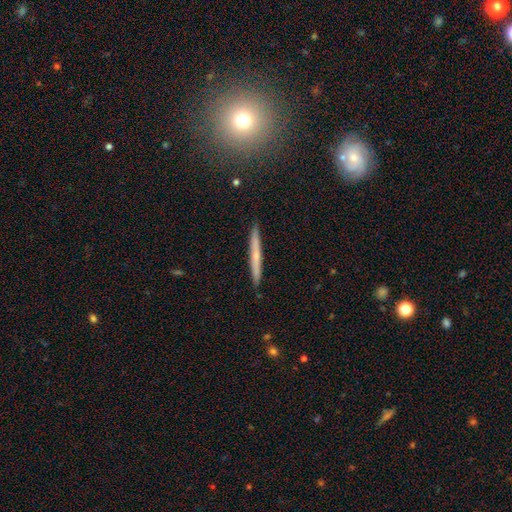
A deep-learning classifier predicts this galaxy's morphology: featured or disk 48%, smooth 45%, star or artifact 7%. Down the decision tree: merging — none (90%).